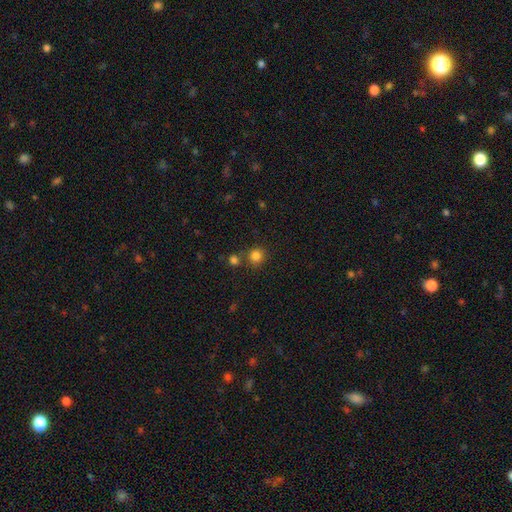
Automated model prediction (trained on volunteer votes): Overall: smooth (82%). How rounded: round (90%). Merging: none (73%).